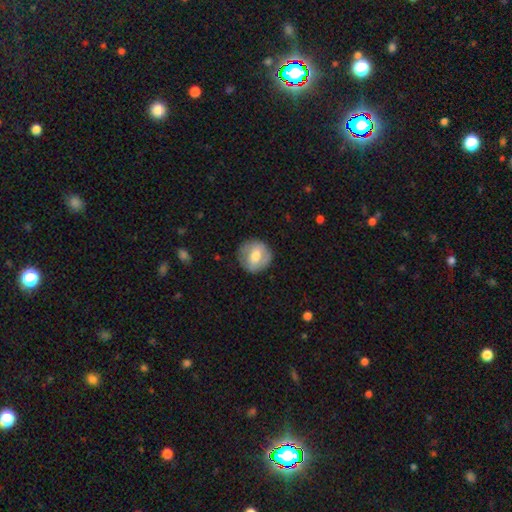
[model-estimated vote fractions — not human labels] Overall: smooth (58%; featured or disk 35%). How rounded: round (88%). Merging: none (82%).